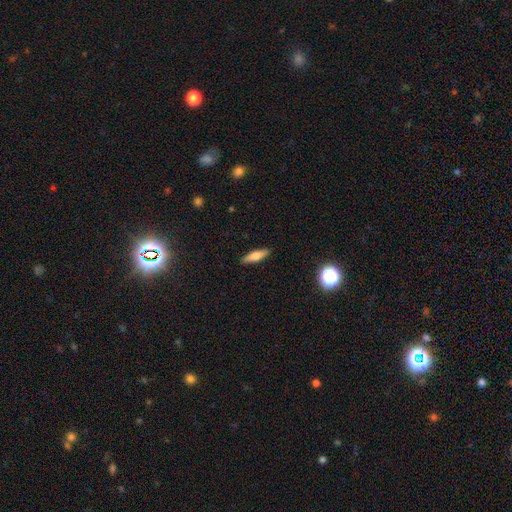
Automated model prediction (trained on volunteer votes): A smooth galaxy with no disk features (67%) that is cigar-shaped (59%).

Vote fractions:
- Smooth or featured? smooth: 67% / featured or disk: 26% / star or artifact: 8%
- How rounded? cigar-shaped: 59% / in between: 39% / round: 3%
- Merging? none: 89% / minor disturbance: 9% / major disturbance: 2% / merger: 1%